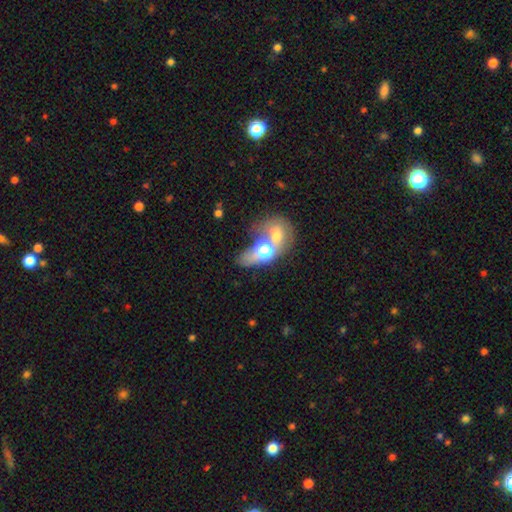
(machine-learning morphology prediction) type=smooth (55%); roundness=in between (58%); merging=merger (53%).